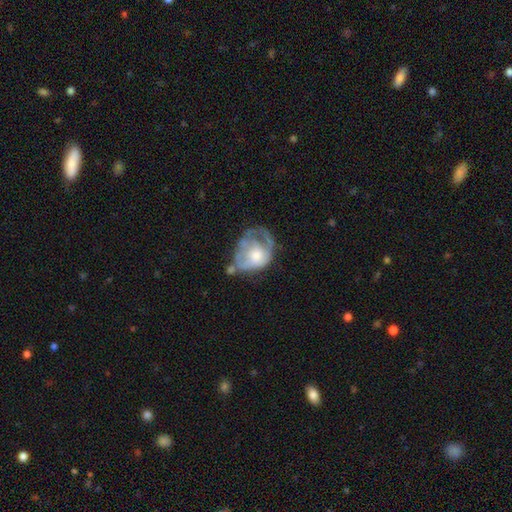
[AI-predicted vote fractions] The model was most divided on "merging": major disturbance: 39%, minor disturbance: 26%, none: 25%, merger: 10%. More confident: edge-on disk — no (97%); bar — no (81%); spiral arms — no (58%); smooth or featured — featured or disk (57%); bulge size — moderate (51%).